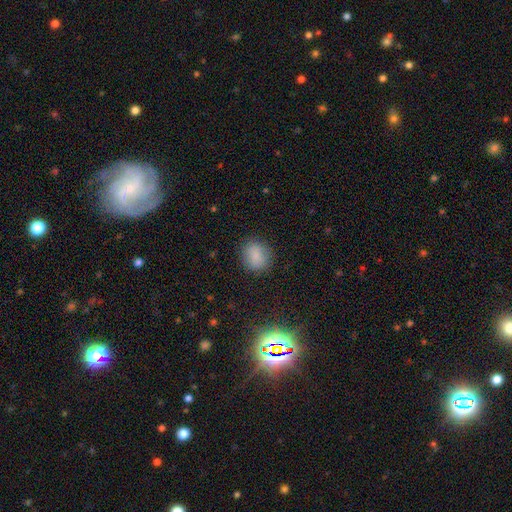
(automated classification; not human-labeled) A smooth galaxy with no disk features (84%) that is round (72%). Merging: none (86%).